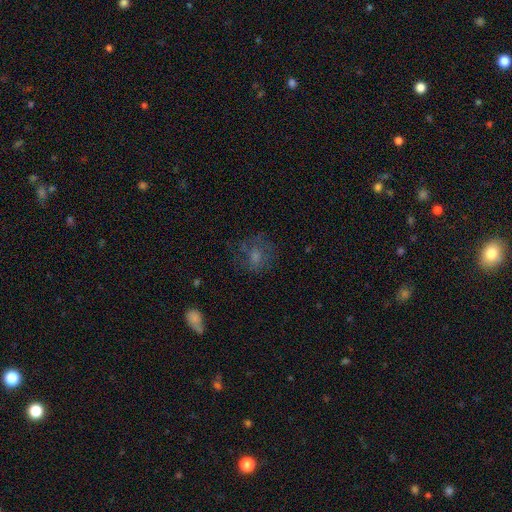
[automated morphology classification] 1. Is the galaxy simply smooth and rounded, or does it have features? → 56% smooth, 28% featured or disk, 16% star or artifact.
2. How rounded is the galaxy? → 72% round, 27% in between, 1% cigar-shaped.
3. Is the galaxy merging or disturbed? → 57% none, 21% major disturbance, 20% minor disturbance, 3% merger.